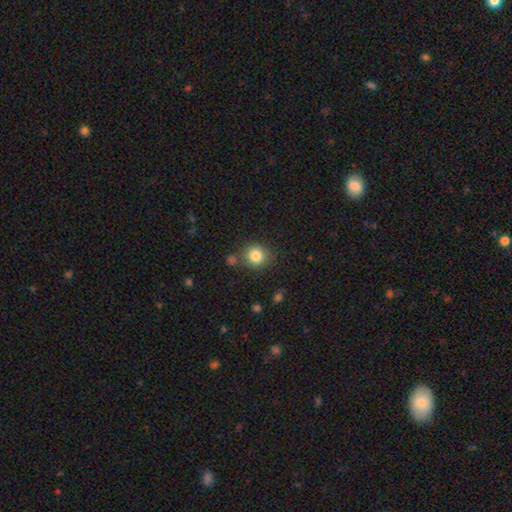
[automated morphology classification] Smooth or featured? smooth (84%)
How rounded? round (86%)
Merging? none (80%)